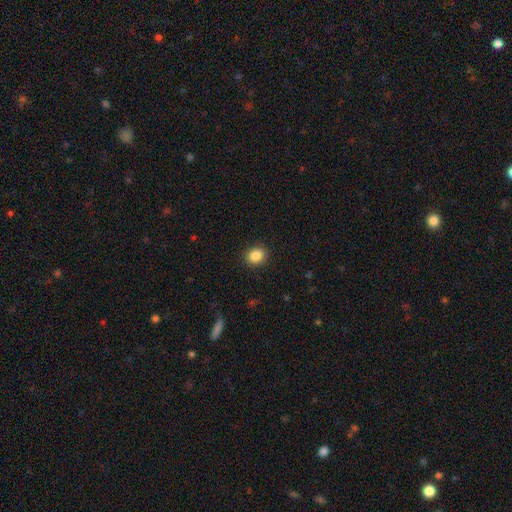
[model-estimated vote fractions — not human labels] Q: Smooth or featured?
A: smooth (87%); runner-up: star or artifact (9%)
Q: How rounded?
A: round (55%); runner-up: in between (44%)
Q: Merging?
A: none (91%); runner-up: minor disturbance (6%)